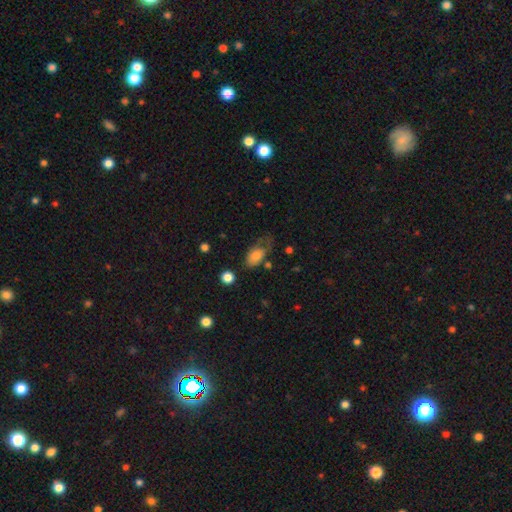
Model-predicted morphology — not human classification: Smooth or featured: smooth — 76% (featured or disk — 16%)
How rounded: in between — 88% (round — 9%)
Merging: none — 33% (major disturbance — 32%)